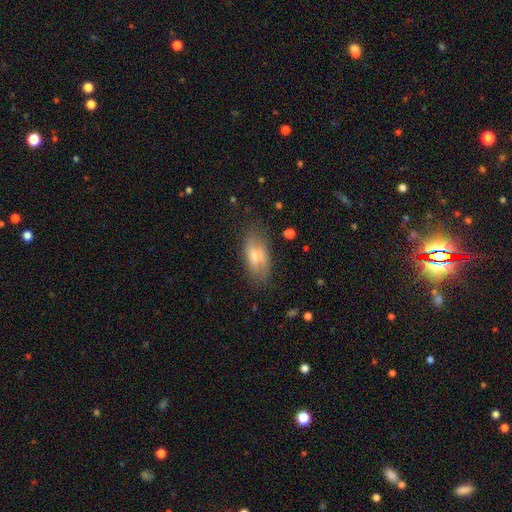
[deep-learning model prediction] Overall: smooth (55%; featured or disk 36%). How rounded: in between (83%). Merging: none (69%).